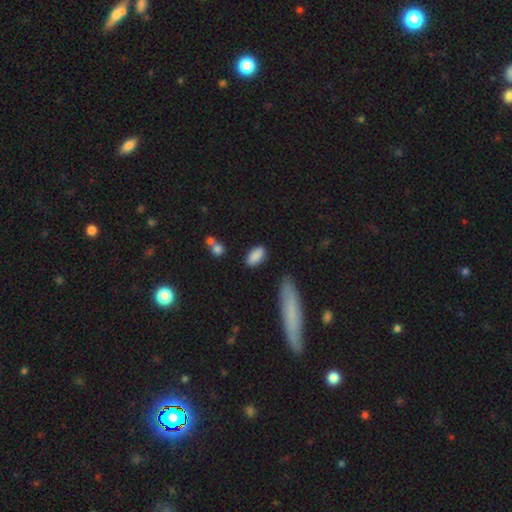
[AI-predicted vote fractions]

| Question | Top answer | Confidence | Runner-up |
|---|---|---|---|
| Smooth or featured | smooth | 87% | star or artifact (7%) |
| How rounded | in between | 90% | cigar-shaped (6%) |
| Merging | none | 81% | minor disturbance (12%) |